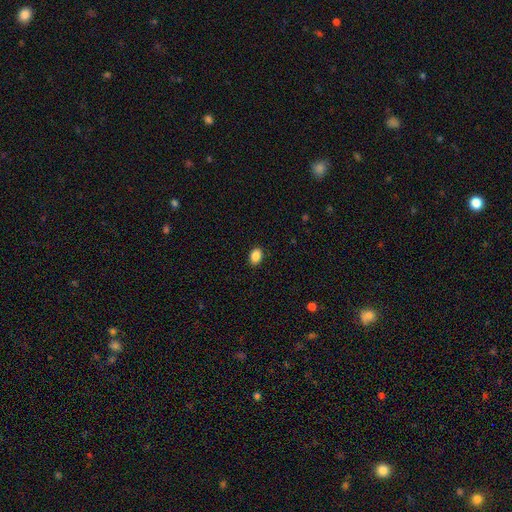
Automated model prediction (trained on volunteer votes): Smooth or featured: smooth — 88% (star or artifact — 9%)
How rounded: in between — 75% (round — 24%)
Merging: none — 90% (minor disturbance — 7%)